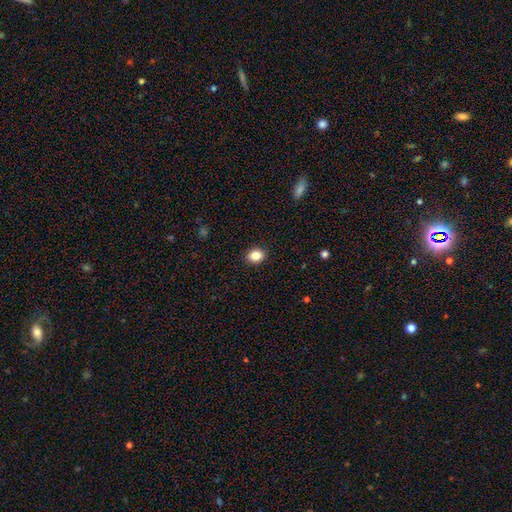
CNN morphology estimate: type=smooth (85%); roundness=round (53%); merging=none (91%).